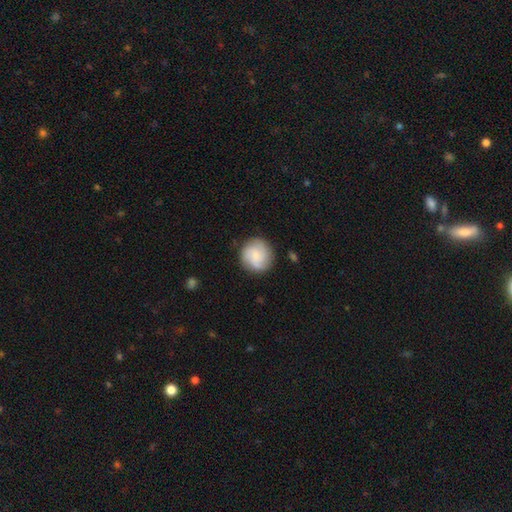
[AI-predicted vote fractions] smooth 58%, featured or disk 35%, star or artifact 7%. Down the decision tree: how rounded — round (92%); merging — none (83%).